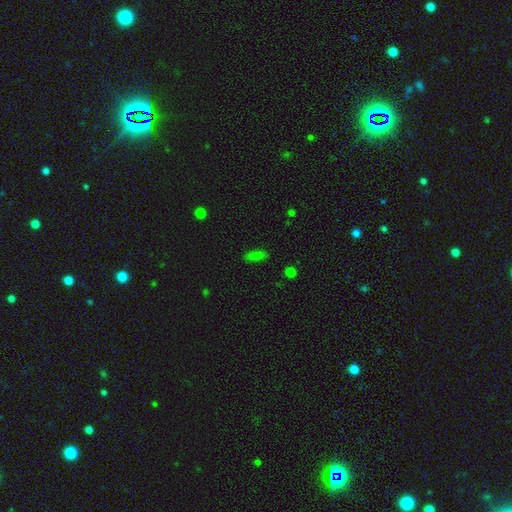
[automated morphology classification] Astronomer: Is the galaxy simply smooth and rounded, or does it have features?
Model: smooth — 80%.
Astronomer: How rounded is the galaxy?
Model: in between — 72%.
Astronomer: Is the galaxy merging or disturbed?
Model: none — 84%.